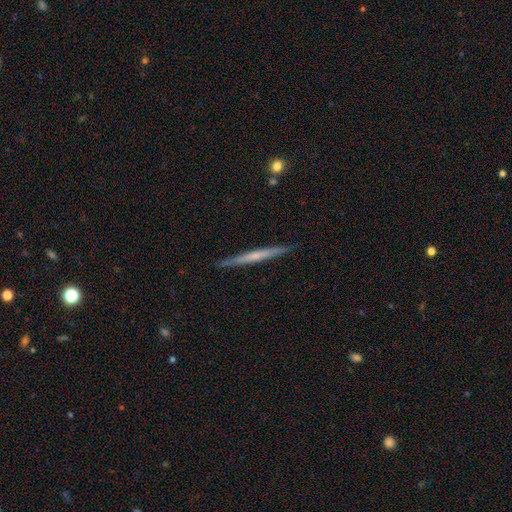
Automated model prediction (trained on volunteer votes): smooth-or-featured: featured or disk: 56% | smooth: 39% | star or artifact: 5%
  disk-edge-on: yes: 97% | no: 3%
    edge-on-bulge: none: 69% | rounded: 25% | boxy: 6%
  merging: none: 90% | minor disturbance: 7% | major disturbance: 1% | merger: 1%